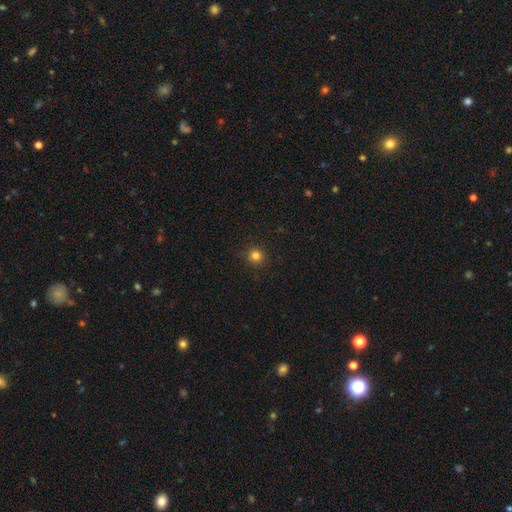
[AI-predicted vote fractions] Smooth or featured? Predicted: smooth (p=0.82). How rounded? Predicted: round (p=0.93). Merging? Predicted: none (p=0.90).